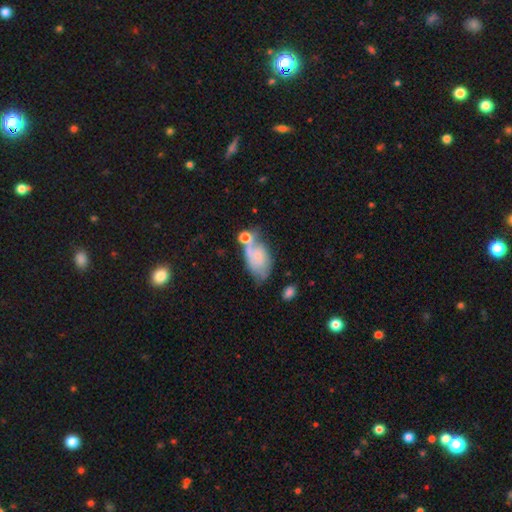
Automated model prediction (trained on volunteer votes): A smooth galaxy with no disk features (49%). Merging: none (31%).